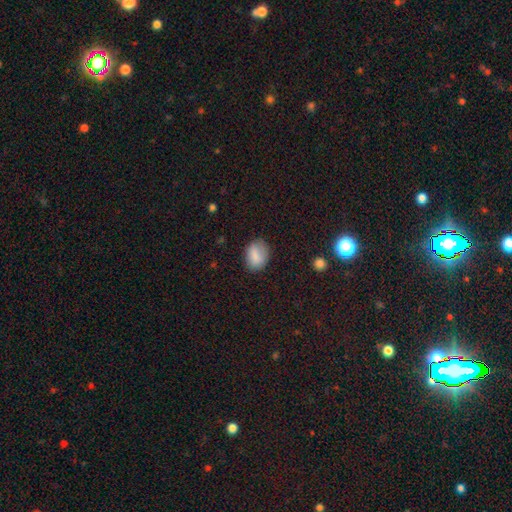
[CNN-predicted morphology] smooth-or-featured: smooth: 81% | featured or disk: 10% | star or artifact: 8%
  how-rounded: in between: 74% | round: 25% | cigar-shaped: 1%
  merging: none: 74% | minor disturbance: 19% | major disturbance: 5% | merger: 1%